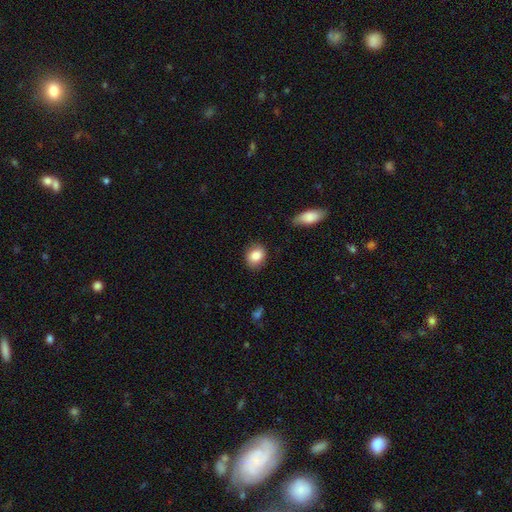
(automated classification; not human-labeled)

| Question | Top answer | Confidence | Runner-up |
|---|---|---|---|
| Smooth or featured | smooth | 85% | star or artifact (8%) |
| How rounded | round | 57% | in between (42%) |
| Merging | none | 84% | minor disturbance (12%) |